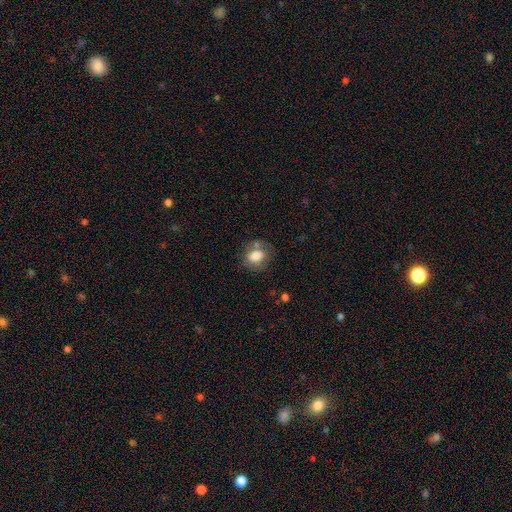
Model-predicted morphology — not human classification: smooth-or-featured: smooth: 74% | featured or disk: 18% | star or artifact: 9%
  how-rounded: in between: 56% | round: 43% | cigar-shaped: 1%
  merging: none: 58% | minor disturbance: 22% | merger: 12% | major disturbance: 9%